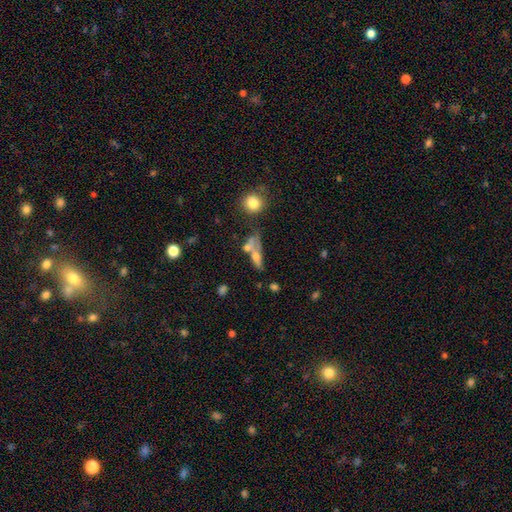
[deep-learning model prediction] Smooth or featured?
  - smooth: 48% *
  - featured or disk: 33%
  - star or artifact: 19%
Merging?
  - none: 40% *
  - merger: 33%
  - minor disturbance: 14%
  - major disturbance: 12%